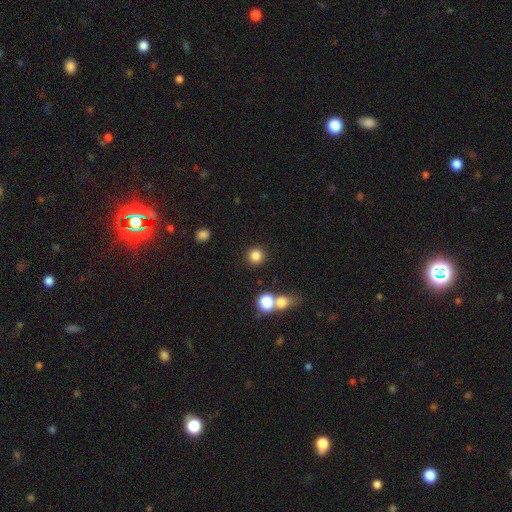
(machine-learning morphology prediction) smooth-or-featured: smooth: 82% | star or artifact: 13% | featured or disk: 5%
  how-rounded: round: 91% | in between: 8% | cigar-shaped: 1%
  merging: none: 87% | minor disturbance: 6% | merger: 5% | major disturbance: 3%